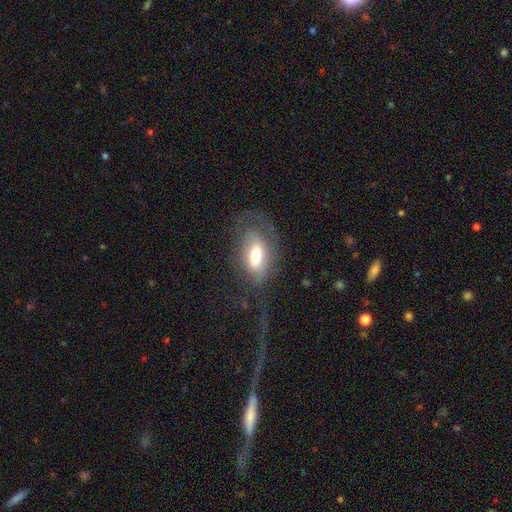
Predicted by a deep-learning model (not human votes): Q: Smooth or featured?
A: smooth (56%); runner-up: featured or disk (36%)
Q: How rounded?
A: in between (87%); runner-up: cigar-shaped (9%)
Q: Merging?
A: none (49%); runner-up: major disturbance (27%)